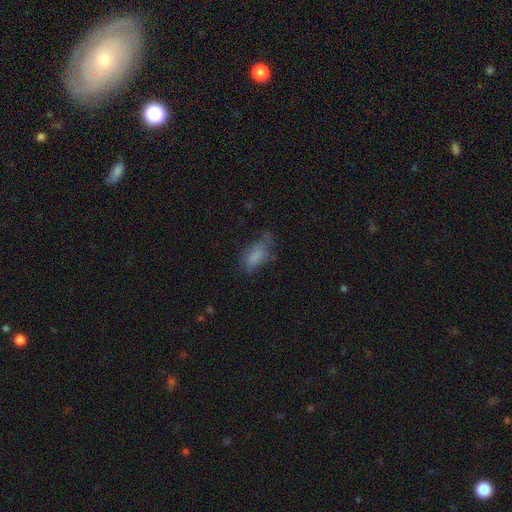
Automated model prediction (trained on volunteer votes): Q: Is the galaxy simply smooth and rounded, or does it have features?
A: smooth — 78%.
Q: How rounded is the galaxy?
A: in between — 87%.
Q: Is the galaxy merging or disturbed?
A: none — 51%.